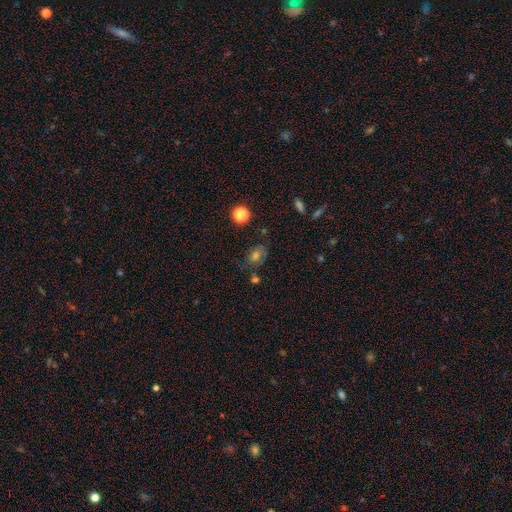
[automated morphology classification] This is possibly a smooth galaxy (55%). How rounded: possibly in between (54%). Merging: likely none (67%).